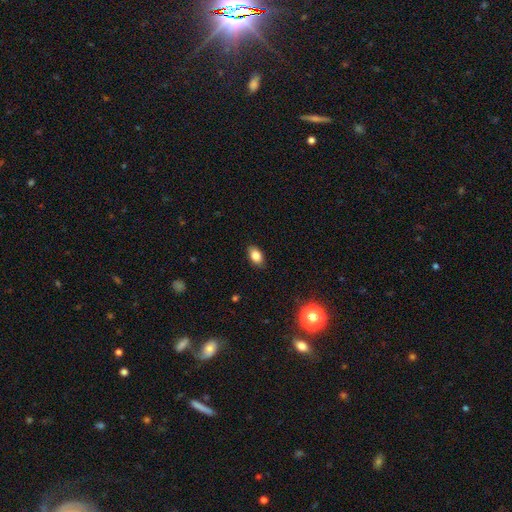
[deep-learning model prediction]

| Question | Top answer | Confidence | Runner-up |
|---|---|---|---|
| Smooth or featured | smooth | 84% | star or artifact (9%) |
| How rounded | in between | 89% | round (9%) |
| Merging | none | 87% | minor disturbance (10%) |